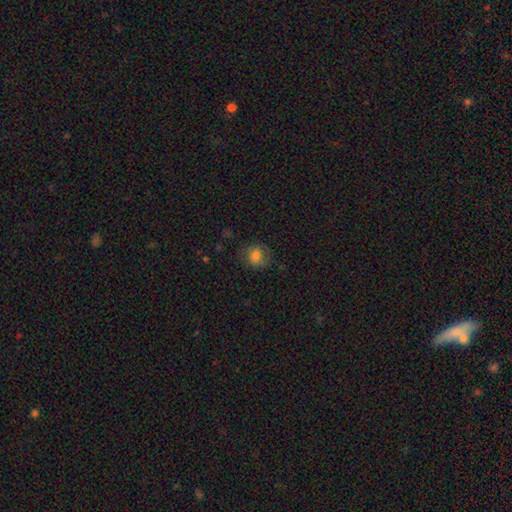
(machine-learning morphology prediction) smooth_or_featured: smooth (p=0.76) [alt: featured or disk p=0.12]
how_rounded: round (p=0.71) [alt: in between p=0.28]
merging: none (p=0.71) [alt: minor disturbance p=0.19]